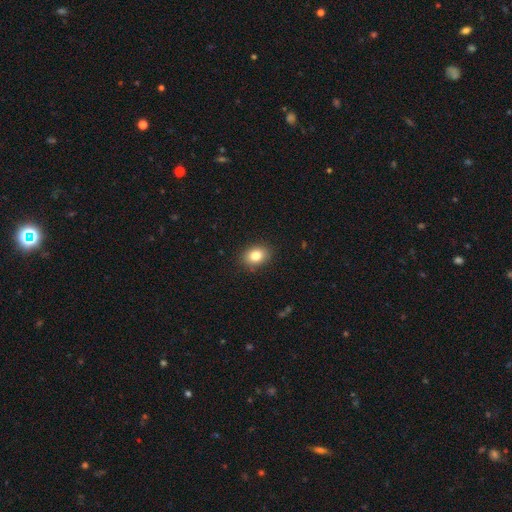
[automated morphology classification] Q: Smooth or featured?
A: smooth (83%); runner-up: star or artifact (9%)
Q: How rounded?
A: in between (65%); runner-up: round (34%)
Q: Merging?
A: none (88%); runner-up: minor disturbance (9%)